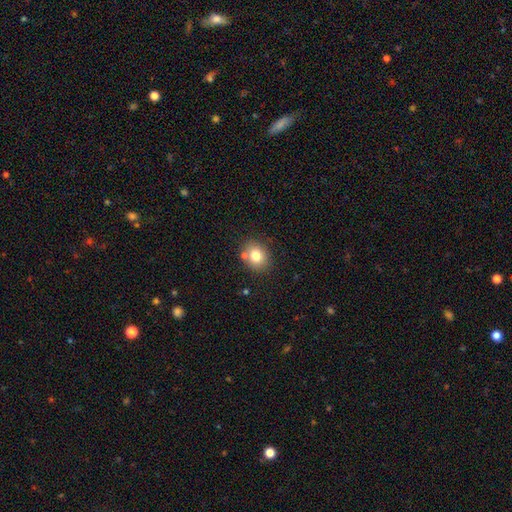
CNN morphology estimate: This appears to be a smooth galaxy with no disk features (78%) that is round (61%). Merging: none (76%).